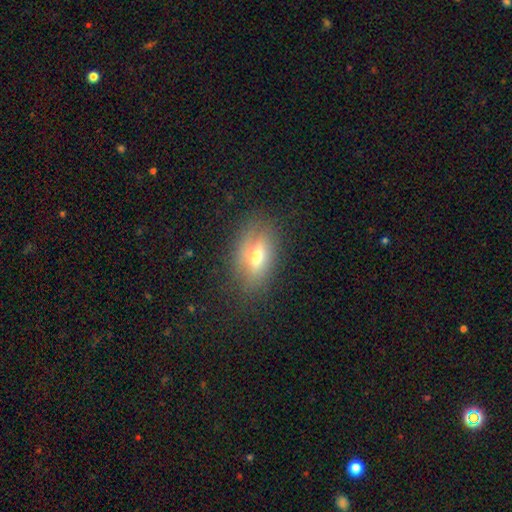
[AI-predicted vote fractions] A smooth galaxy with no disk features (51%) that is in between round and cigar-shaped (78%). Merging: none (76%).